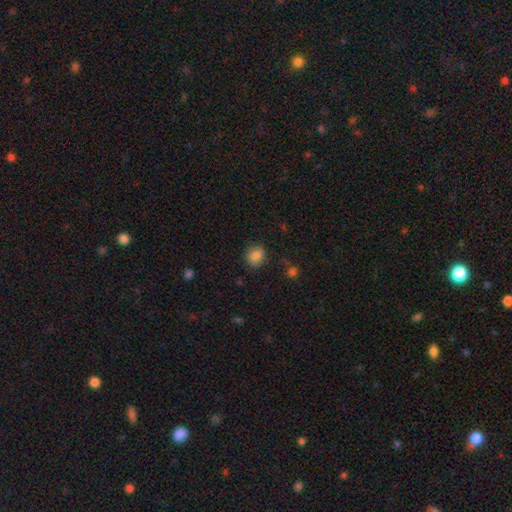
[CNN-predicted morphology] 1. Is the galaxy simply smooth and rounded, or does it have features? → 85% smooth, 10% star or artifact, 5% featured or disk.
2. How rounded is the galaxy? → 66% round, 33% in between, 1% cigar-shaped.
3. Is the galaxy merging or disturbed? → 81% none, 14% minor disturbance, 4% major disturbance, 2% merger.